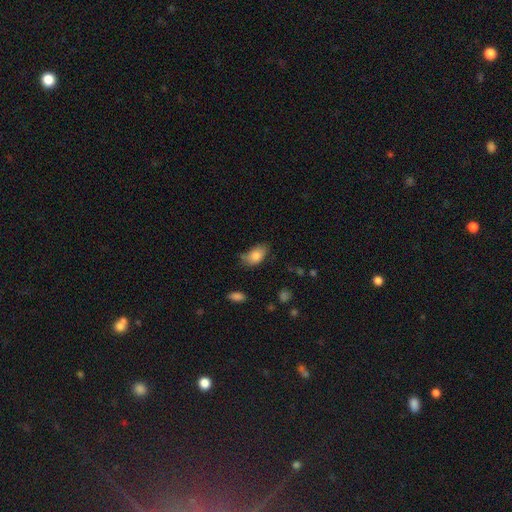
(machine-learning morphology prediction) smooth 83%, featured or disk 9%, star or artifact 8%. Down the decision tree: how rounded — in between (91%); merging — none (61%).